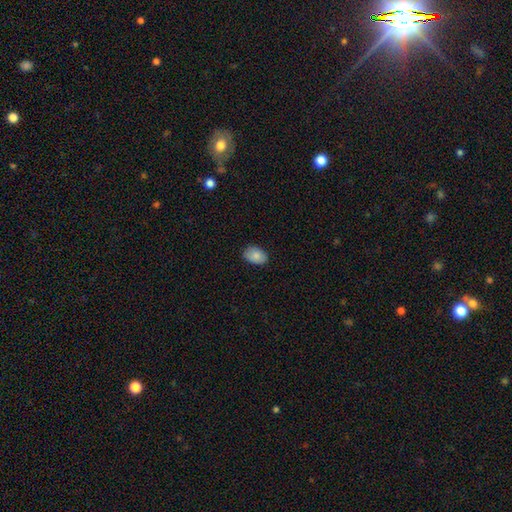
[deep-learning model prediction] Morphology: type=smooth (86%); roundness=in between (85%); merging=none (84%).